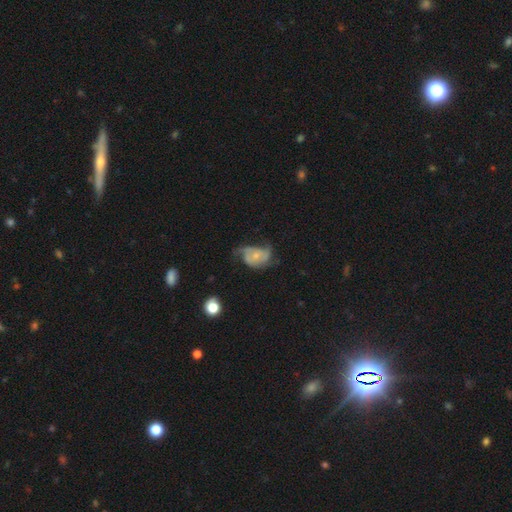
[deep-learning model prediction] A featured or disk galaxy (63%) with no bar (76%), spiral arms (75%) and a small central bulge (61%). Merging: major disturbance (35%).